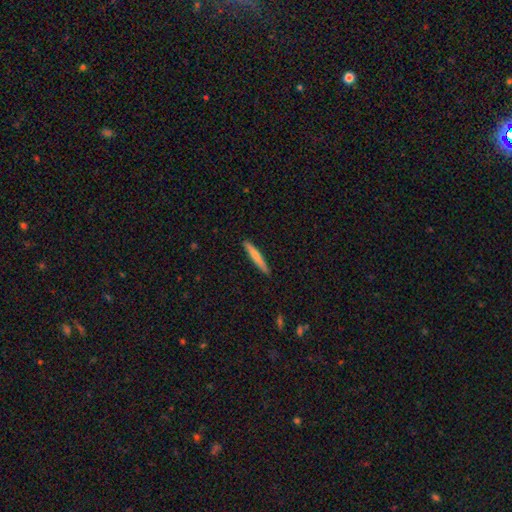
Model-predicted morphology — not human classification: This is likely a smooth galaxy (71%). How rounded: clearly cigar-shaped (94%). Merging: clearly none (90%).